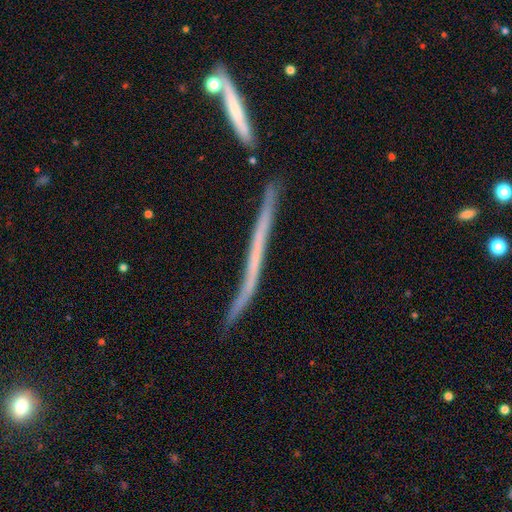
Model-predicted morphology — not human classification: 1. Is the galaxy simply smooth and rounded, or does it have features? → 64% featured or disk, 26% smooth, 10% star or artifact.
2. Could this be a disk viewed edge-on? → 93% yes, 7% no.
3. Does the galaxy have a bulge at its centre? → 85% none, 11% rounded, 5% boxy.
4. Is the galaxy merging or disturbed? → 72% none, 17% minor disturbance, 6% merger, 5% major disturbance.